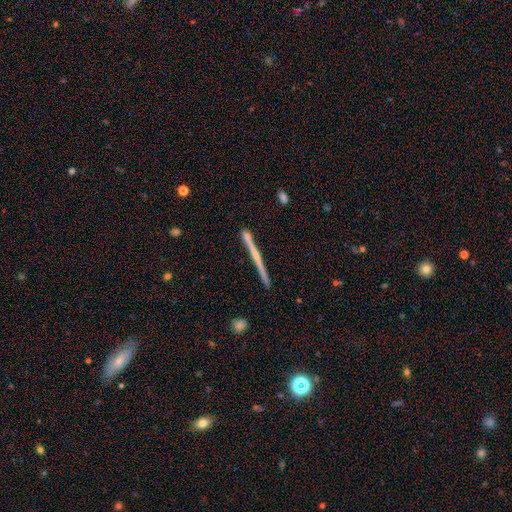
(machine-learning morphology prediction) A featured or disk galaxy (65%) viewed edge-on (98%) with no central bulge (63%). Merging: none (85%).